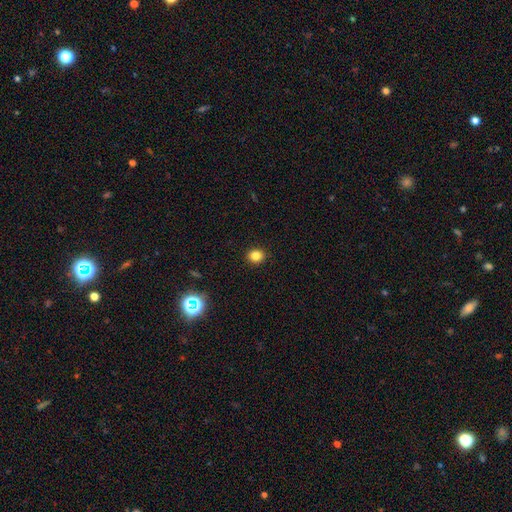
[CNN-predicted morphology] Smooth or featured? Predicted: smooth (p=0.82). How rounded? Predicted: round (p=0.72). Merging? Predicted: none (p=0.92).